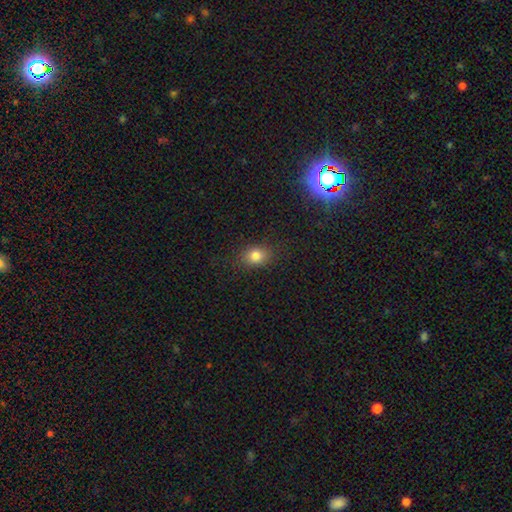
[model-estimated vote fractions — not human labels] Smooth or featured: smooth — 81% (star or artifact — 12%)
How rounded: in between — 54% (round — 44%)
Merging: none — 85% (minor disturbance — 11%)